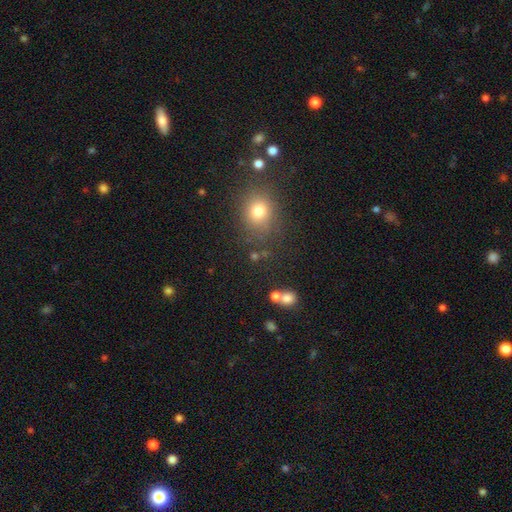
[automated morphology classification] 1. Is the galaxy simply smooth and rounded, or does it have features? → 66% smooth, 25% star or artifact, 9% featured or disk.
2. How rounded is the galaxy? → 71% round, 28% in between, 2% cigar-shaped.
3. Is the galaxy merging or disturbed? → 76% none, 11% minor disturbance, 8% merger, 5% major disturbance.